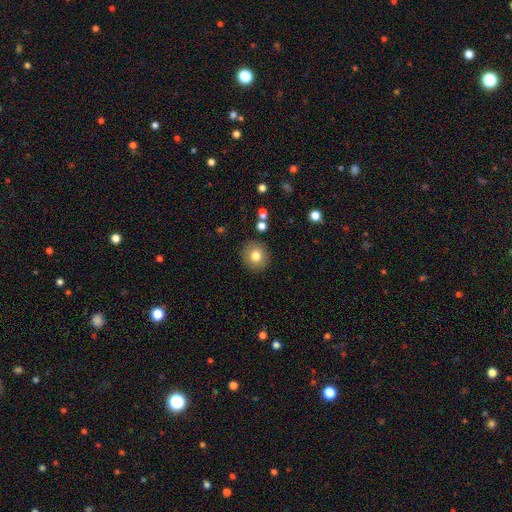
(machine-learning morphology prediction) This is likely a smooth galaxy (77%). How rounded: clearly round (92%). Merging: clearly none (89%).